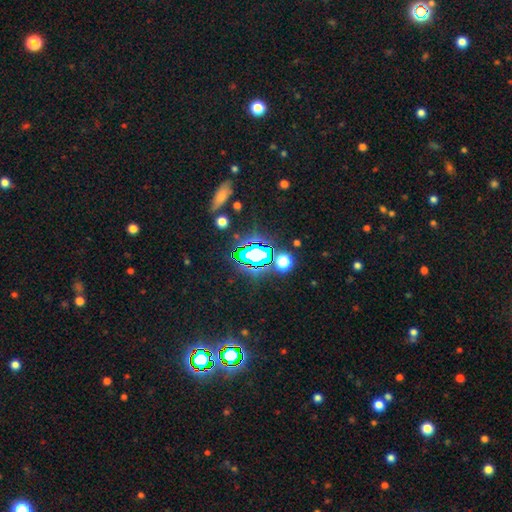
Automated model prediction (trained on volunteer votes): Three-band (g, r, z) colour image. It shows a star or artifact, not a galaxy (67%).